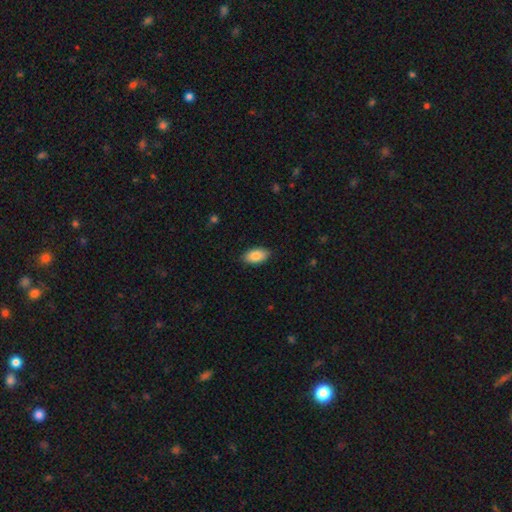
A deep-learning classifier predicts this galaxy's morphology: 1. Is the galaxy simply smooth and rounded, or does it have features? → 86% smooth, 7% featured or disk, 7% star or artifact.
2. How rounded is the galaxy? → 94% in between, 4% round, 2% cigar-shaped.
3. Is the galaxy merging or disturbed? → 88% none, 9% minor disturbance, 2% major disturbance, 1% merger.